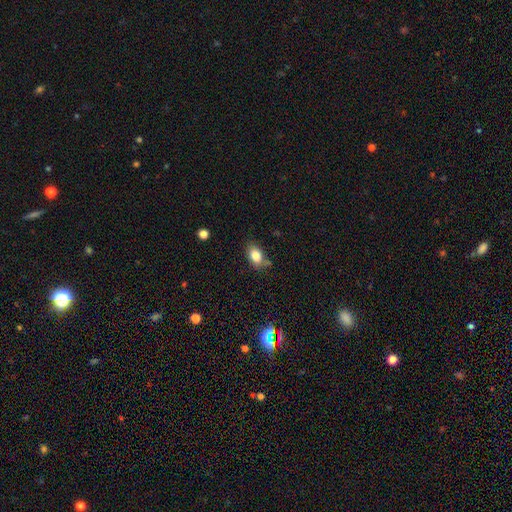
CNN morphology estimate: Q: Smooth or featured?
A: smooth (83%); runner-up: star or artifact (9%)
Q: How rounded?
A: in between (83%); runner-up: round (15%)
Q: Merging?
A: none (71%); runner-up: minor disturbance (19%)